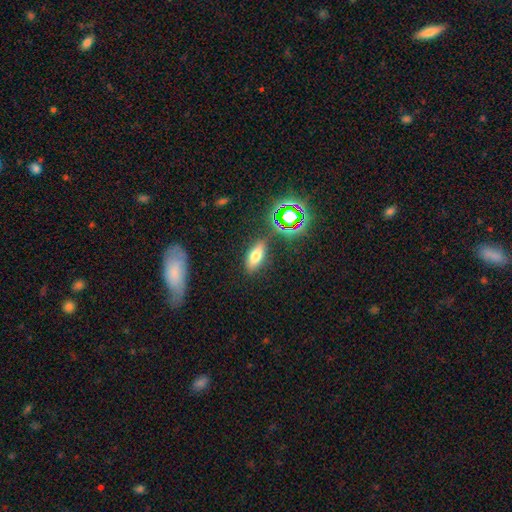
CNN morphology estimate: Smooth or featured?
  - smooth: 65% *
  - star or artifact: 20%
  - featured or disk: 15%
How rounded?
  - in between: 75% *
  - cigar-shaped: 18%
  - round: 7%
Merging?
  - none: 84% *
  - minor disturbance: 10%
  - major disturbance: 3%
  - merger: 3%